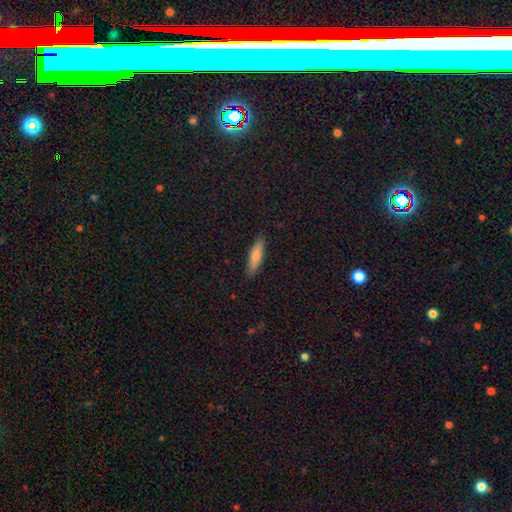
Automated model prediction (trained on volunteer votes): Smooth or featured? smooth (79%)
How rounded? cigar-shaped (70%)
Merging? none (88%)